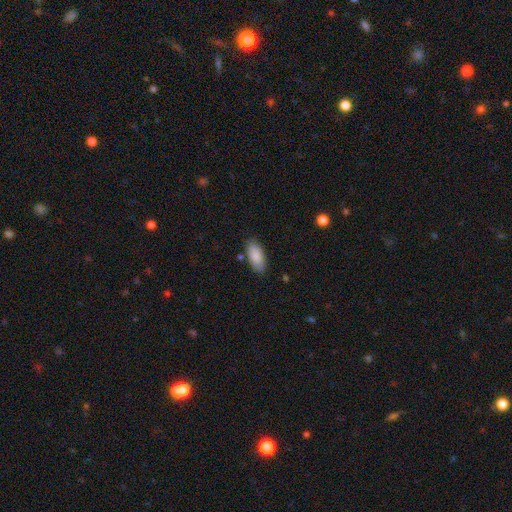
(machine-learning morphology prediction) smooth-or-featured: smooth: 87% | featured or disk: 7% | star or artifact: 6%
  how-rounded: in between: 86% | cigar-shaped: 12% | round: 2%
  merging: none: 82% | minor disturbance: 13% | merger: 3% | major disturbance: 3%